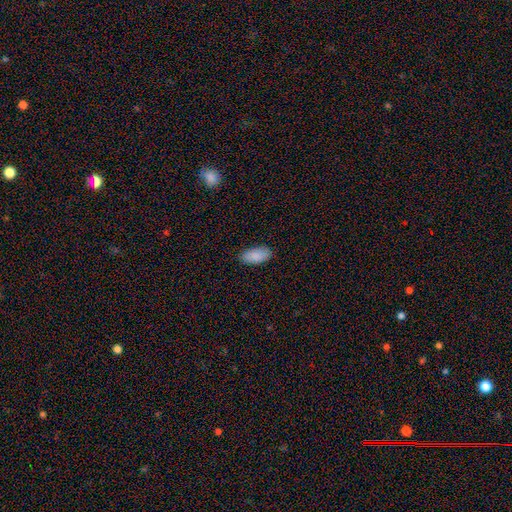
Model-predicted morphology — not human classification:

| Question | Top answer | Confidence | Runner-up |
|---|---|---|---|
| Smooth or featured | smooth | 89% | star or artifact (6%) |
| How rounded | in between | 93% | cigar-shaped (5%) |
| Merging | none | 86% | minor disturbance (10%) |